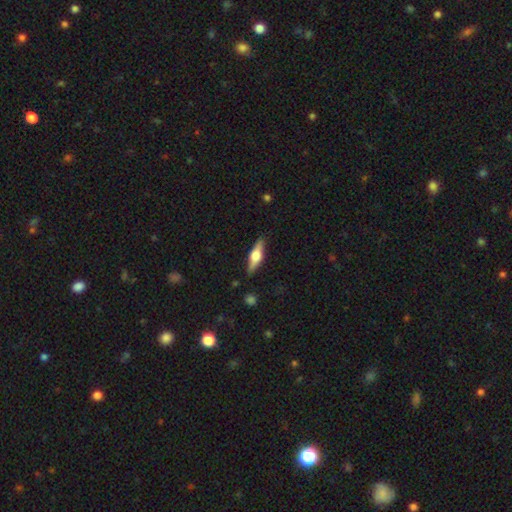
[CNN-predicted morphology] type=featured or disk (58%); edge-on=yes (95%); edge-on bulge=rounded (92%); merging=none (86%).